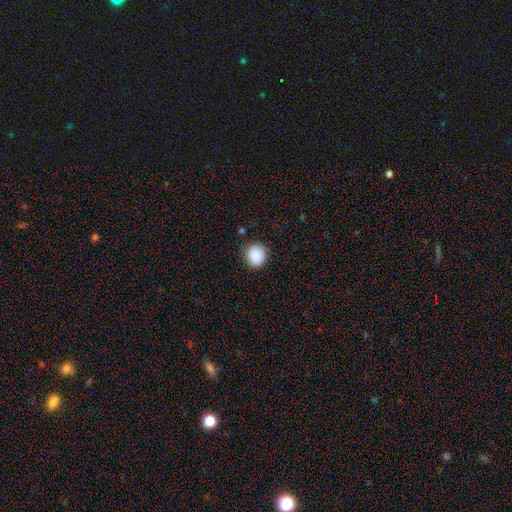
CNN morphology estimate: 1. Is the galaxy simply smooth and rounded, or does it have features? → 87% smooth, 8% star or artifact, 4% featured or disk.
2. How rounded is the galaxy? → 77% round, 22% in between, 1% cigar-shaped.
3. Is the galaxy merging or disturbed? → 78% none, 17% minor disturbance, 4% major disturbance, 2% merger.